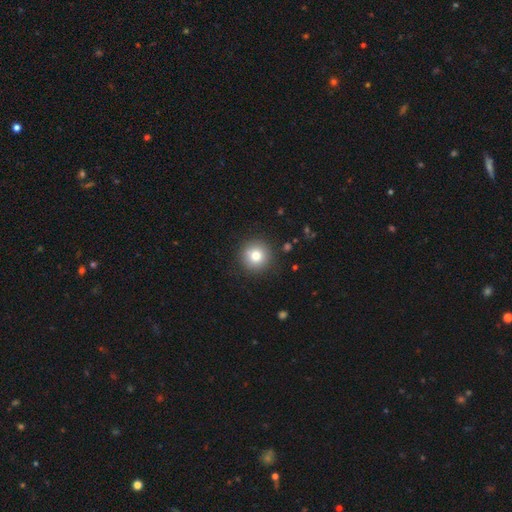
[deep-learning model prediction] Morphology: type=smooth (79%); roundness=round (95%); merging=none (89%).